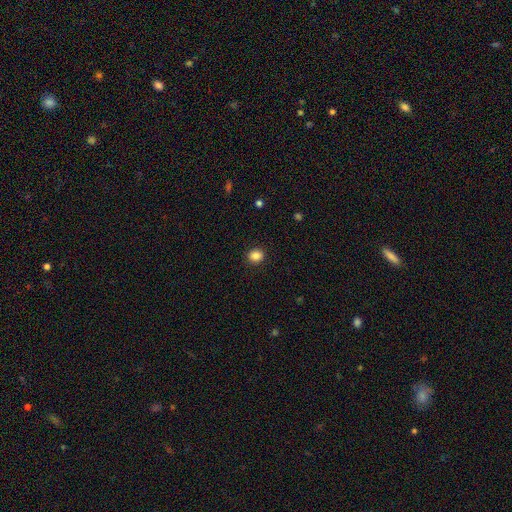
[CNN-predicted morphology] A smooth galaxy with no disk features (86%) that is round (75%). Merging: none (91%).